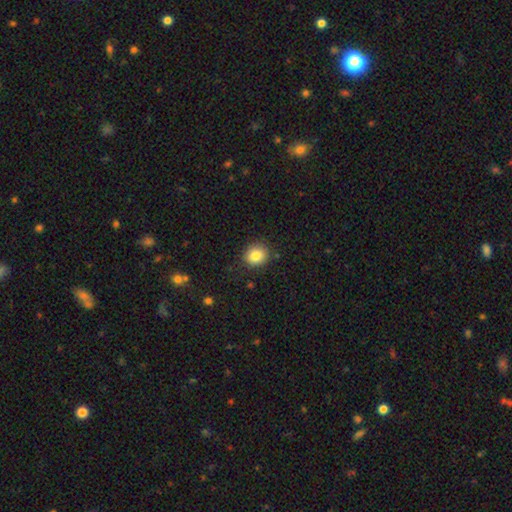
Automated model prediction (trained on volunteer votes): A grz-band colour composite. It shows a smooth galaxy with no disk features (83%) that is round (77%). Merging: none (87%).